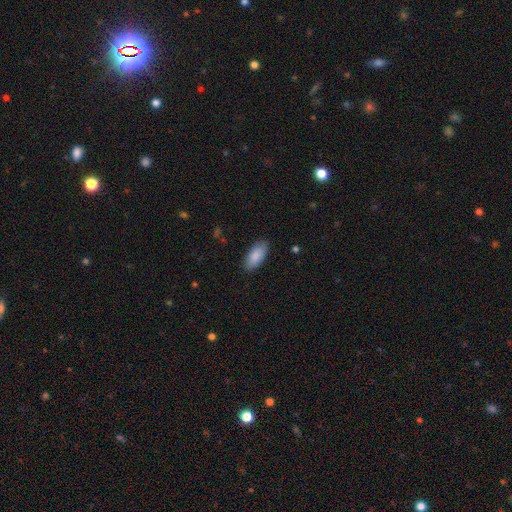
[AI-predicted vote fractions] smooth_or_featured: smooth (p=0.88) [alt: featured or disk p=0.06]
how_rounded: in between (p=0.90) [alt: cigar-shaped p=0.08]
merging: none (p=0.86) [alt: minor disturbance p=0.10]